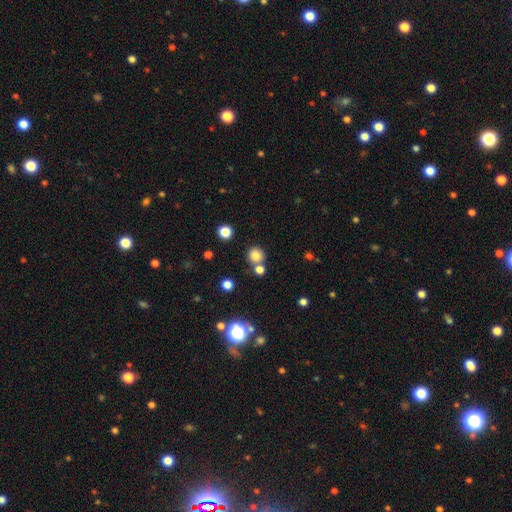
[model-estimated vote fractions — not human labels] A smooth galaxy with no disk features (80%) that is round (90%).

Vote fractions:
- Smooth or featured? smooth: 80% / star or artifact: 14% / featured or disk: 6%
- How rounded? round: 90% / in between: 9% / cigar-shaped: 1%
- Merging? none: 69% / merger: 20% / minor disturbance: 8% / major disturbance: 3%